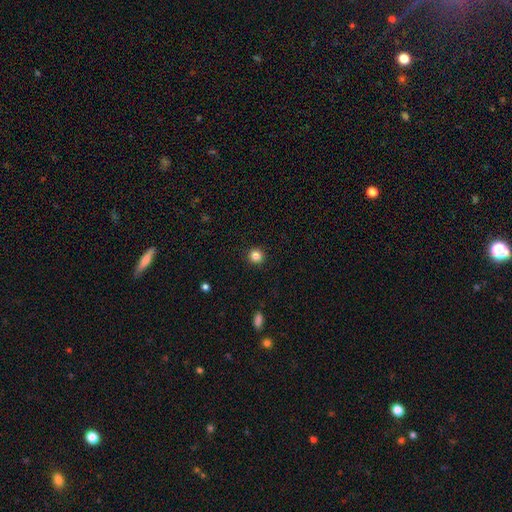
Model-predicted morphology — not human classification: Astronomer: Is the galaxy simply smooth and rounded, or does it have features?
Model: smooth — 85%.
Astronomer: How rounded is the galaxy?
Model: round — 93%.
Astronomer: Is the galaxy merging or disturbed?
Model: none — 92%.